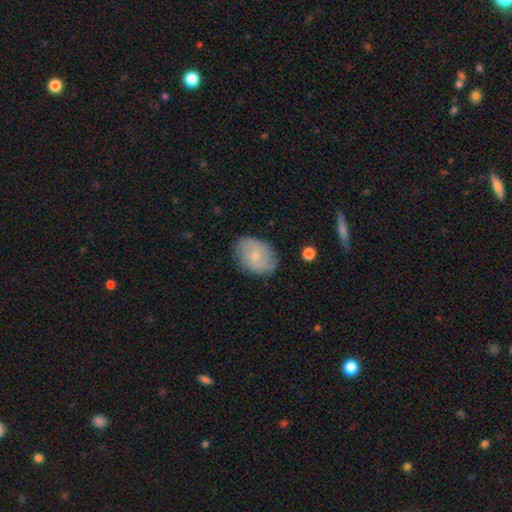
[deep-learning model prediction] Smooth or featured: smooth — 60% (featured or disk — 33%)
How rounded: in between — 73% (round — 25%)
Merging: none — 79% (minor disturbance — 16%)